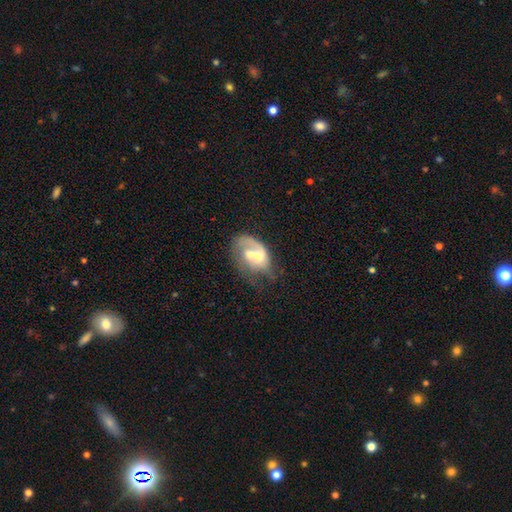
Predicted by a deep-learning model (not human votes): Overall: featured or disk (61%; smooth 32%). Edge-on disk: no (97%). Bar: no (72%). Spiral arms: yes (59%; no 41%). Bulge size: moderate (62%). Merging: merger (48%; none 20%).